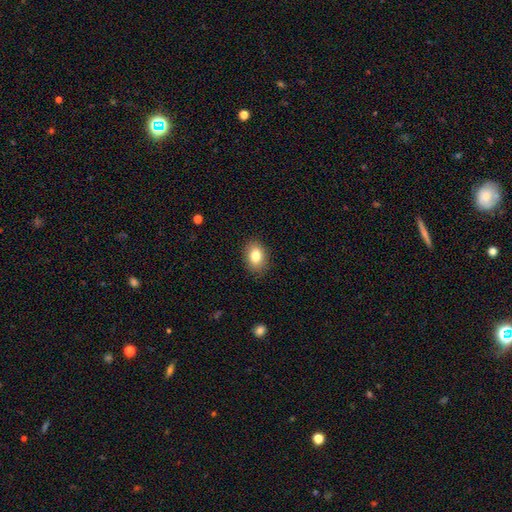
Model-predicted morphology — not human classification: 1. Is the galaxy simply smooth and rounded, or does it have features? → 82% smooth, 10% featured or disk, 9% star or artifact.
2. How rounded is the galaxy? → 74% in between, 25% round, 1% cigar-shaped.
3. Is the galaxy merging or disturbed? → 87% none, 9% minor disturbance, 2% major disturbance, 1% merger.